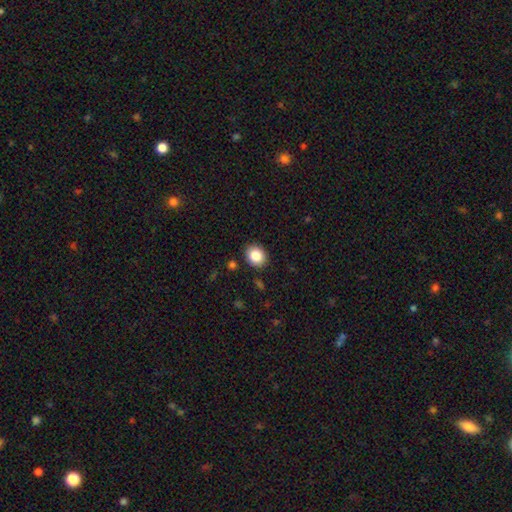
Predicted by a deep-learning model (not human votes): This appears to be a smooth galaxy with no disk features (85%) that is round (62%). Merging: none (88%).